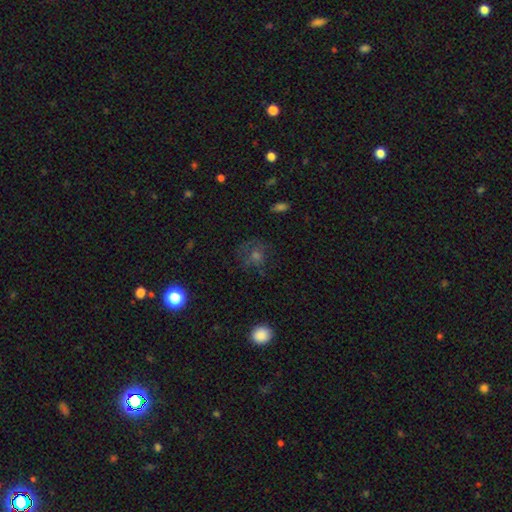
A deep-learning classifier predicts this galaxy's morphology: This is marginally a smooth galaxy (43%). Merging: likely none (67%).